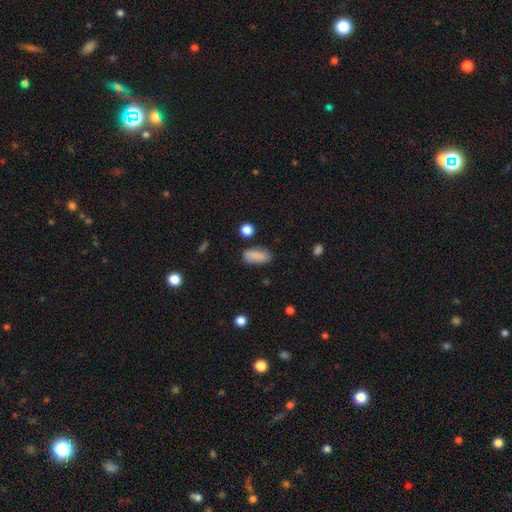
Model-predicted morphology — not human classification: A smooth galaxy with no disk features (87%) that is in between round and cigar-shaped (82%). Merging: none (81%).